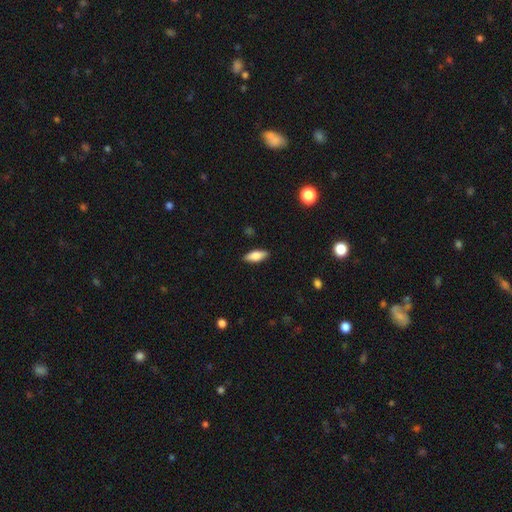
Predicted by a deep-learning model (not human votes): Q: Smooth or featured?
A: smooth (79%); runner-up: featured or disk (15%)
Q: How rounded?
A: in between (75%); runner-up: cigar-shaped (23%)
Q: Merging?
A: none (88%); runner-up: minor disturbance (9%)